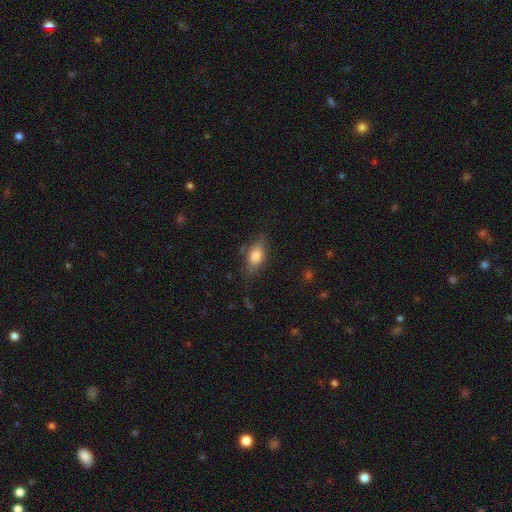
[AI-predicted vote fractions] A smooth galaxy with no disk features (72%) that is in between round and cigar-shaped (81%).

Vote fractions:
- Smooth or featured? smooth: 72% / featured or disk: 20% / star or artifact: 8%
- How rounded? in between: 81% / cigar-shaped: 13% / round: 7%
- Merging? none: 70% / minor disturbance: 21% / major disturbance: 6% / merger: 2%